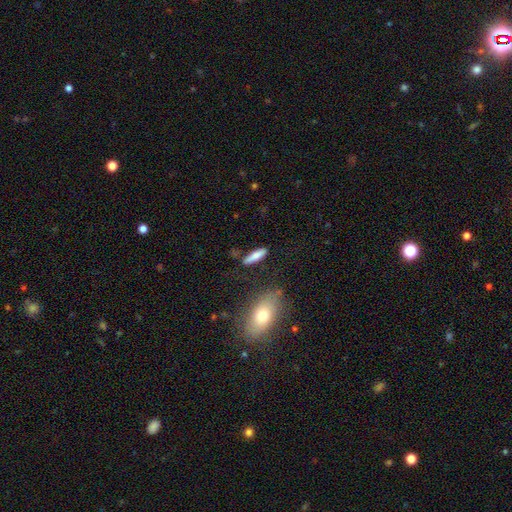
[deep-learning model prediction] smooth 74%, featured or disk 19%, star or artifact 7%. Down the decision tree: how rounded — cigar-shaped (65%); merging — none (78%).